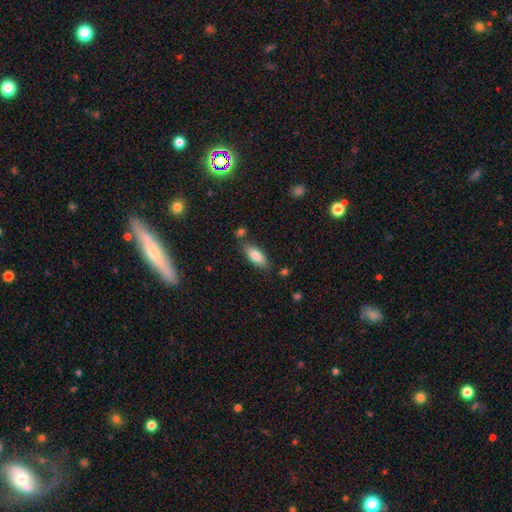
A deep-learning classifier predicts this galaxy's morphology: Smooth or featured? Predicted: smooth (p=0.79). How rounded? Predicted: in between (p=0.80). Merging? Predicted: none (p=0.75).